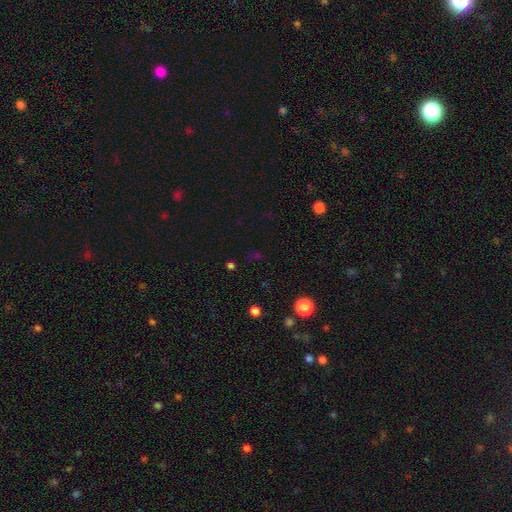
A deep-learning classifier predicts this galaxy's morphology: This appears to be a star or artifact, not a galaxy (57%).